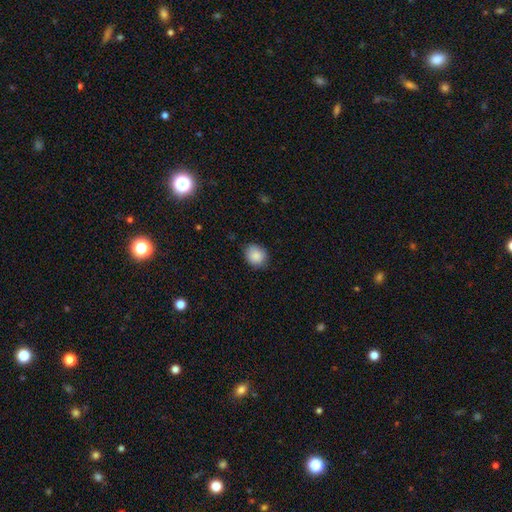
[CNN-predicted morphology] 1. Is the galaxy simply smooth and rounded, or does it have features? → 88% smooth, 8% star or artifact, 4% featured or disk.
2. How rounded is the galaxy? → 63% round, 36% in between, 1% cigar-shaped.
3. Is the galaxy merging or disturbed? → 81% none, 16% minor disturbance, 3% major disturbance, 1% merger.